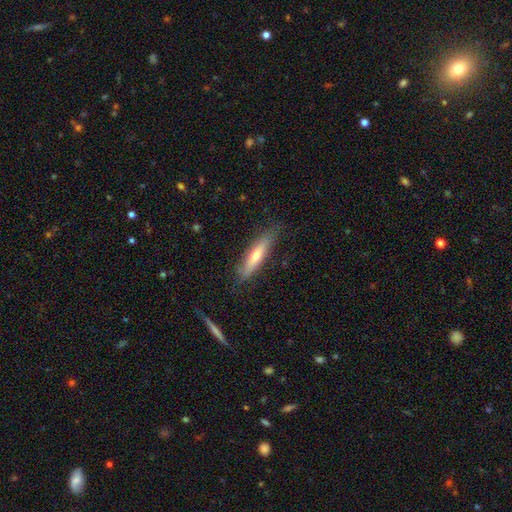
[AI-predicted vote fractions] smooth 48%, featured or disk 45%, star or artifact 7%. Down the decision tree: merging — none (78%).